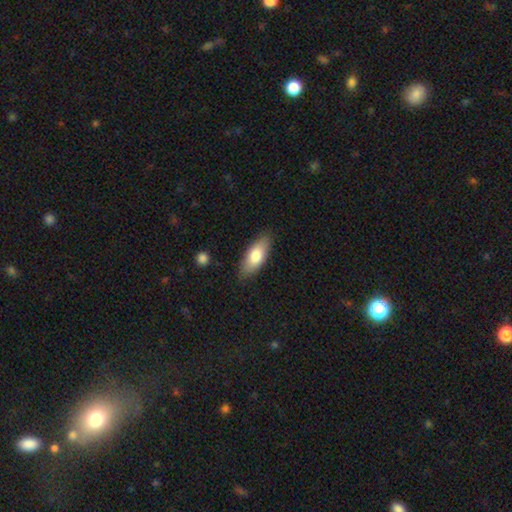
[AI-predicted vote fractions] smooth 76%, featured or disk 18%, star or artifact 6%. Down the decision tree: how rounded — in between (78%); merging — none (84%).